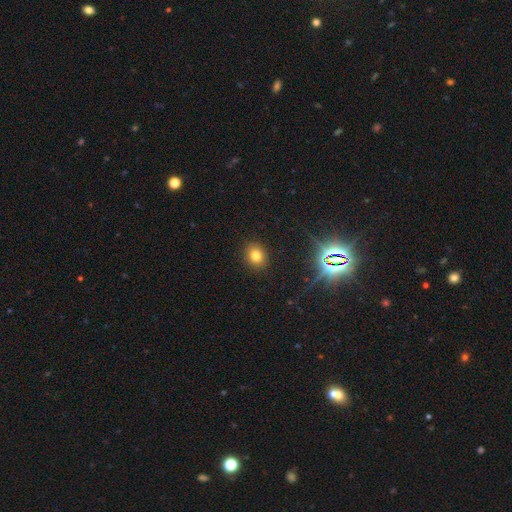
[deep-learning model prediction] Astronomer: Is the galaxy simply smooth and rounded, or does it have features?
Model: smooth — 75%.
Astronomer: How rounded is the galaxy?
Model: round — 60% (runner-up: in between, 39%).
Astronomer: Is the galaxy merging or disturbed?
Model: none — 89%.